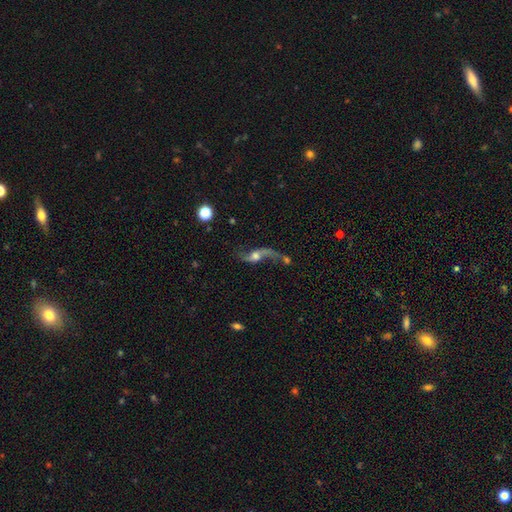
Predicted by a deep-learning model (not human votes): Overall: featured or disk (79%). Edge-on disk: no (89%). Bar: no (61%; weak 30%). Spiral arms: yes (91%). Spiral arm count: 2 (89%). Spiral winding: loose (94%). Bulge size: moderate (57%; small 22%). Merging: none (45%; major disturbance 19%).